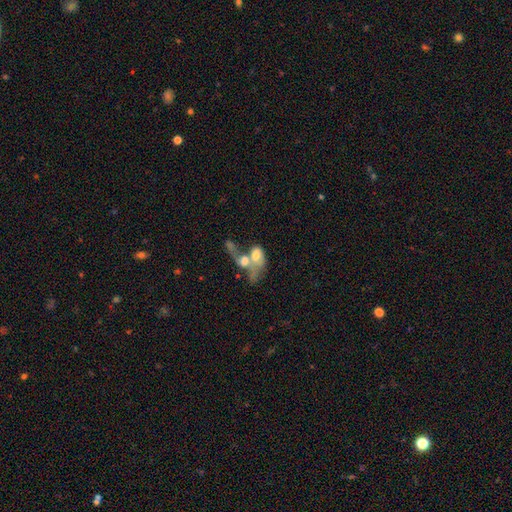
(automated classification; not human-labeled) Morphology: type=smooth (50%); merging=merger (75%).